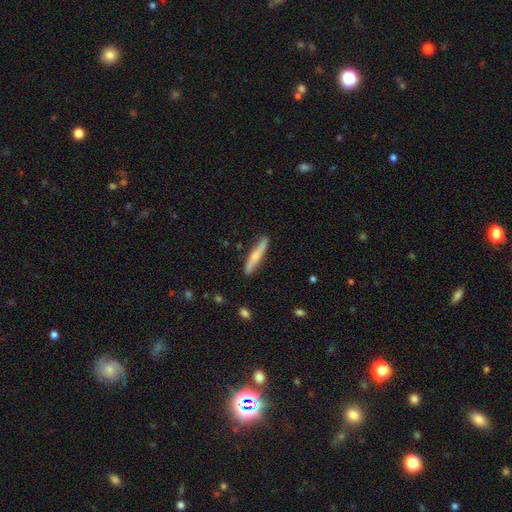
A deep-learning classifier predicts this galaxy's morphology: smooth-or-featured: smooth: 56% | featured or disk: 39% | star or artifact: 5%
  how-rounded: cigar-shaped: 92% | in between: 6% | round: 2%
  merging: none: 86% | minor disturbance: 10% | major disturbance: 2% | merger: 2%